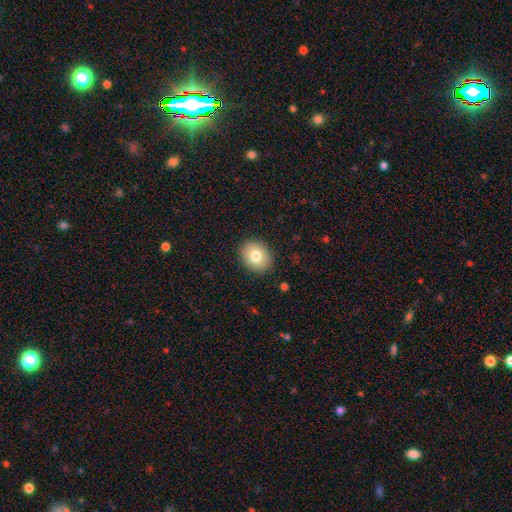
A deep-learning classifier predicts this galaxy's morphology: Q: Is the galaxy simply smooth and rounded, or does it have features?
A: smooth — 79%.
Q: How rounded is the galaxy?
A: round — 54%.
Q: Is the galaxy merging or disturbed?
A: none — 90%.